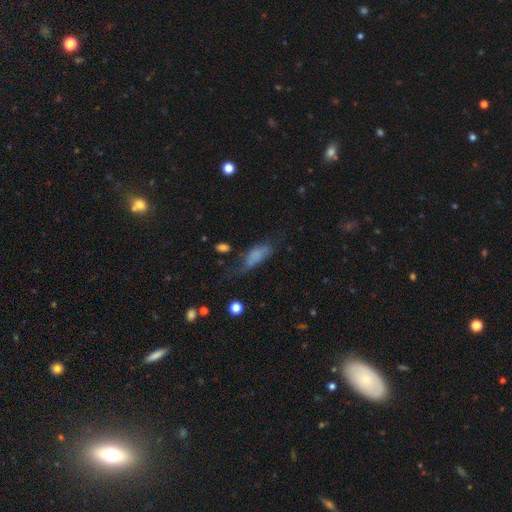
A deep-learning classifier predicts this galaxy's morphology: Smooth or featured? smooth (68%)
How rounded? in between (74%)
Merging? none (34%)